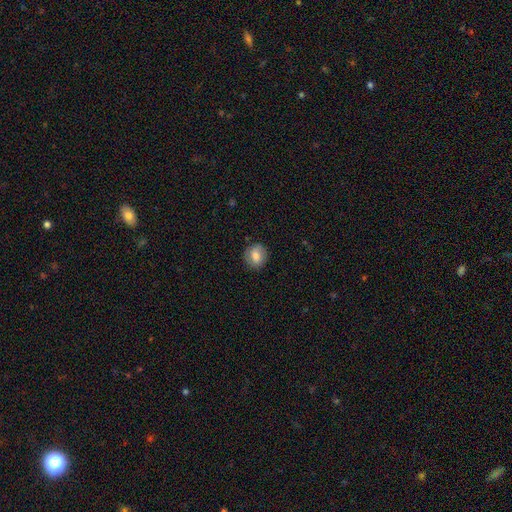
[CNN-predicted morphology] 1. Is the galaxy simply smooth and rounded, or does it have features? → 74% smooth, 18% featured or disk, 8% star or artifact.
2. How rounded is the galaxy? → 78% round, 21% in between, 1% cigar-shaped.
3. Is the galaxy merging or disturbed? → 84% none, 12% minor disturbance, 3% major disturbance, 1% merger.